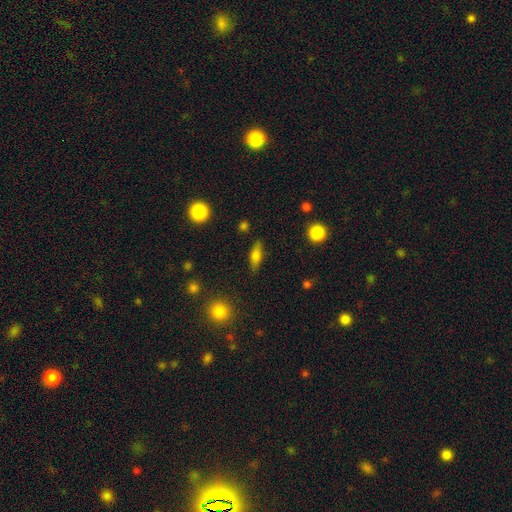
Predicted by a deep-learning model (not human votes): A smooth galaxy with no disk features (66%) that is in between round and cigar-shaped (62%). Merging: none (83%).